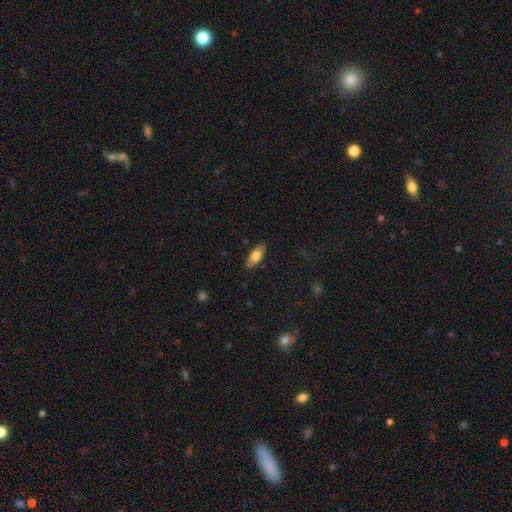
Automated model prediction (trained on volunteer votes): This is likely a smooth galaxy (77%). How rounded: clearly in between (81%). Merging: clearly none (87%).